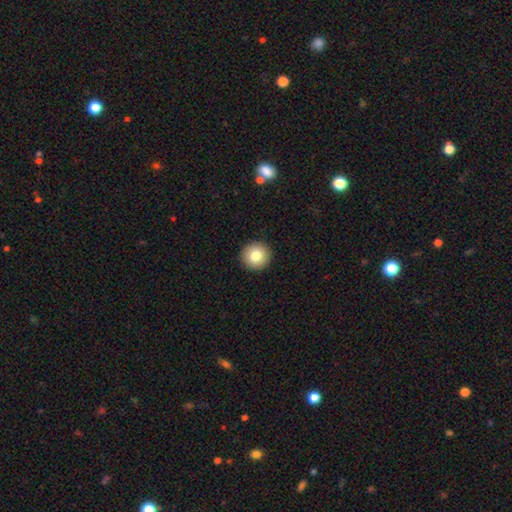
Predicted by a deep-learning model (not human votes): Smooth or featured? Predicted: smooth (p=0.80). How rounded? Predicted: round (p=0.94). Merging? Predicted: none (p=0.93).